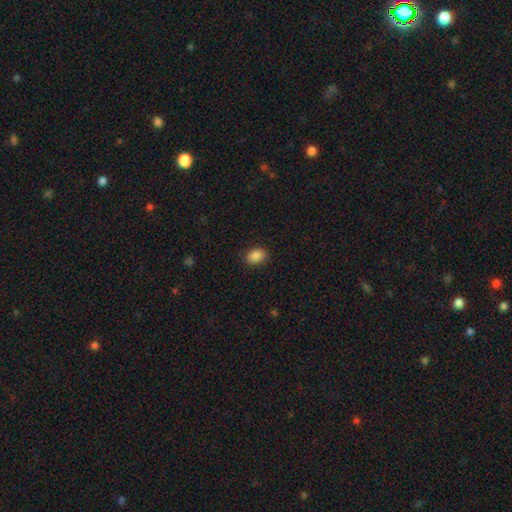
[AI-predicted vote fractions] Morphology: type=smooth (87%); roundness=in between (76%); merging=none (88%).